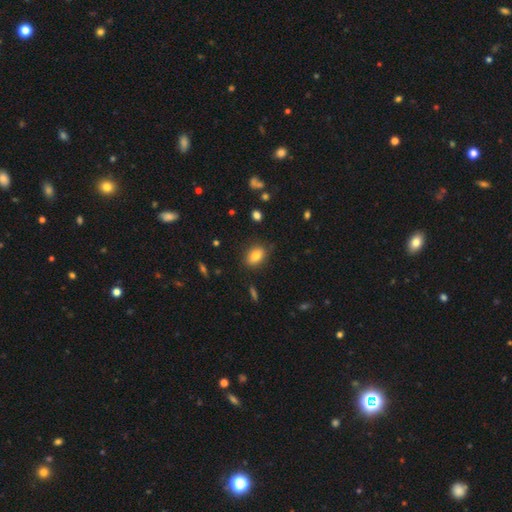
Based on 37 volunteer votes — This appears to be a smooth galaxy with no disk features (84%) that is in between round and cigar-shaped (74%). Merging: none (76%).